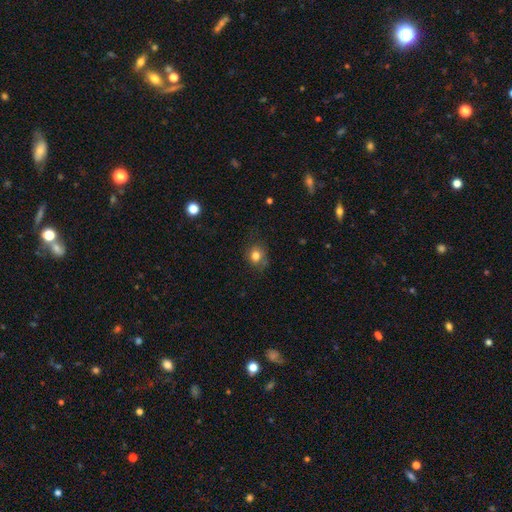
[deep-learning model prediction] Smooth or featured: smooth — 80% (star or artifact — 12%)
How rounded: round — 72% (in between — 27%)
Merging: none — 70% (minor disturbance — 21%)